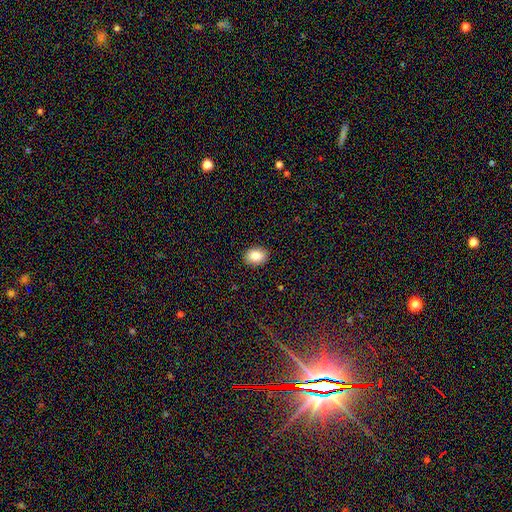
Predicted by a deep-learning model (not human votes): smooth 86%, star or artifact 8%, featured or disk 6%. Down the decision tree: how rounded — in between (73%); merging — none (90%).